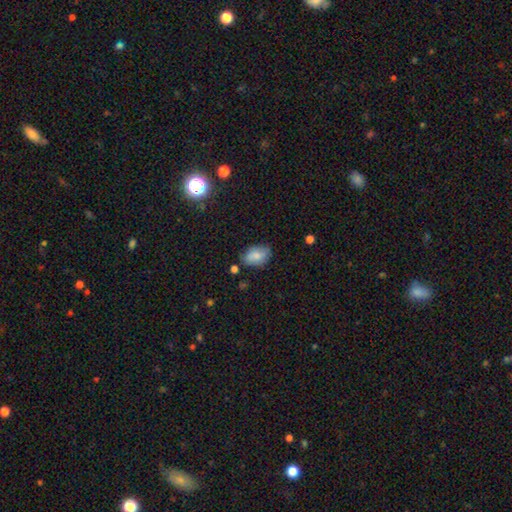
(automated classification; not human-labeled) smooth_or_featured: smooth (p=0.77) [alt: featured or disk p=0.15]
how_rounded: in between (p=0.86) [alt: round p=0.13]
merging: none (p=0.69) [alt: minor disturbance p=0.23]